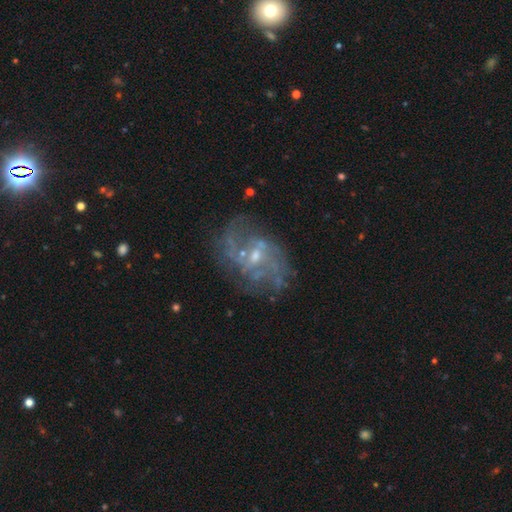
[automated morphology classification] The model was most divided on "spiral winding": medium: 42%, loose: 40%, tight: 18%. Remaining: edge-on disk — no (97%); spiral arms — yes (84%); smooth or featured — featured or disk (82%); merging — none (61%); bulge size — small (60%); bar — weak (48%); spiral arm count — 2 (45%).